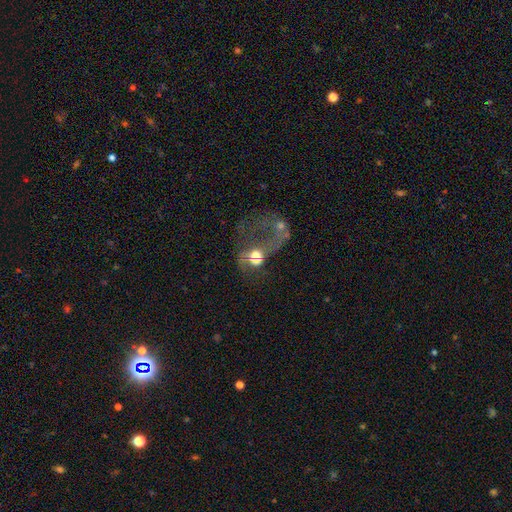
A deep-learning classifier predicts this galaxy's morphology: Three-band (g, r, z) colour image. It shows a featured or disk galaxy (53%) with no bar (79%), no spiral arms (57%) and a moderate central bulge (49%). Merging: merger (49%).